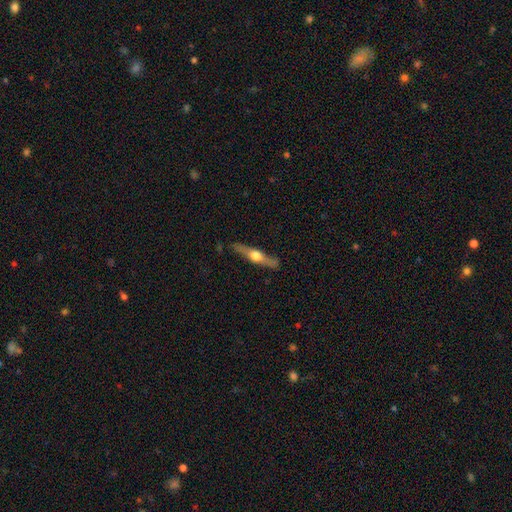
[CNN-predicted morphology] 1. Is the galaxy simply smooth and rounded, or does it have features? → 70% featured or disk, 25% smooth, 5% star or artifact.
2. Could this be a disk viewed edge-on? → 96% yes, 4% no.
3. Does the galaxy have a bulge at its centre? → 95% rounded, 3% boxy, 2% none.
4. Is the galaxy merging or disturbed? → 87% none, 10% minor disturbance, 2% major disturbance, 1% merger.